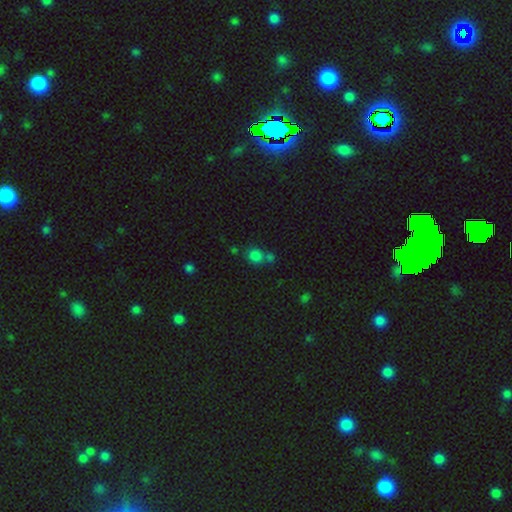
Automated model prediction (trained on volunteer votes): The model was most divided on "merging": none: 58%, merger: 28%, minor disturbance: 10%, major disturbance: 4%. More confident: smooth or featured — smooth (78%); how rounded — round (77%).